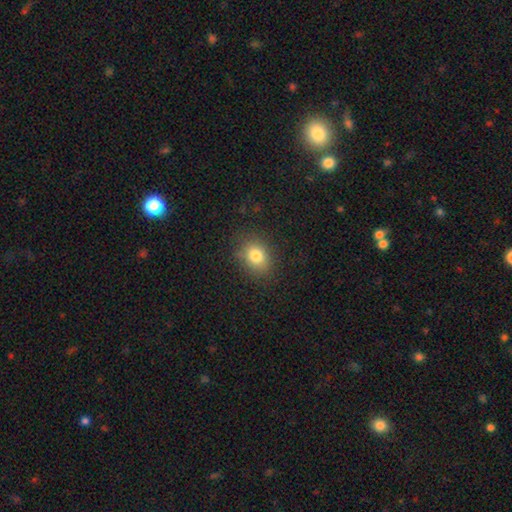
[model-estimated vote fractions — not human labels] smooth-or-featured: smooth: 80% | star or artifact: 12% | featured or disk: 8%
  how-rounded: in between: 52% | round: 47% | cigar-shaped: 1%
  merging: none: 82% | minor disturbance: 13% | major disturbance: 4% | merger: 1%